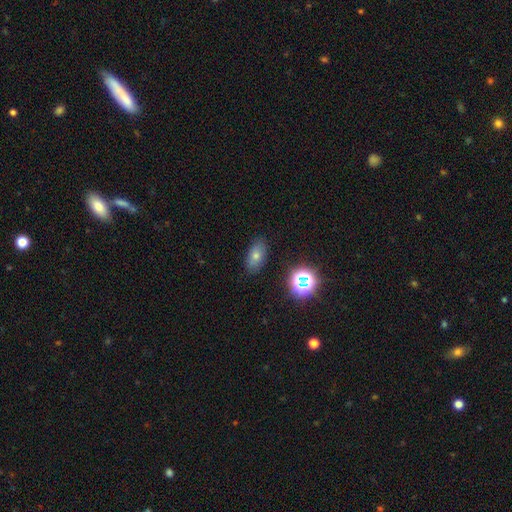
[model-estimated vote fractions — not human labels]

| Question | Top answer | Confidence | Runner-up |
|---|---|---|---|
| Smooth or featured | smooth | 66% | star or artifact (19%) |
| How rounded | in between | 83% | round (10%) |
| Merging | none | 86% | minor disturbance (9%) |